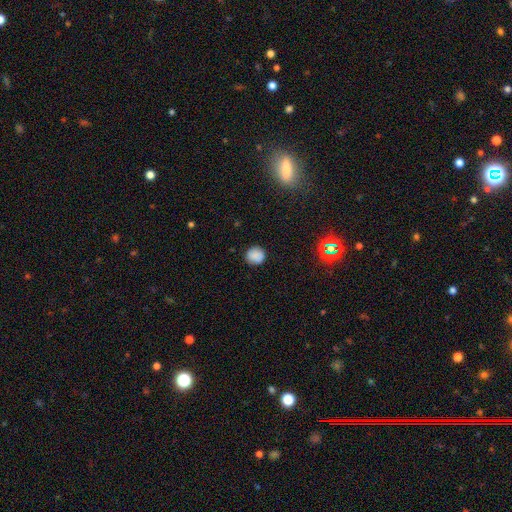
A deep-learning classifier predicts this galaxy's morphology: This appears to be a smooth galaxy with no disk features (84%) that is round (91%). Merging: none (87%).